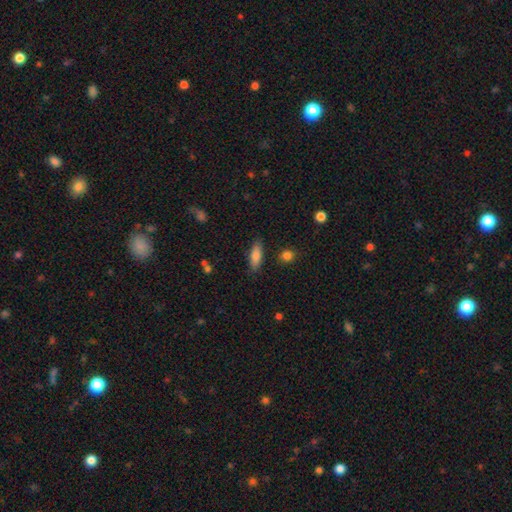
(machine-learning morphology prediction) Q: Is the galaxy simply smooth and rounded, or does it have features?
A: smooth — 81%.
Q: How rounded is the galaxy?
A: in between — 65%.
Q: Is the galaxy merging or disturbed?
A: none — 83%.